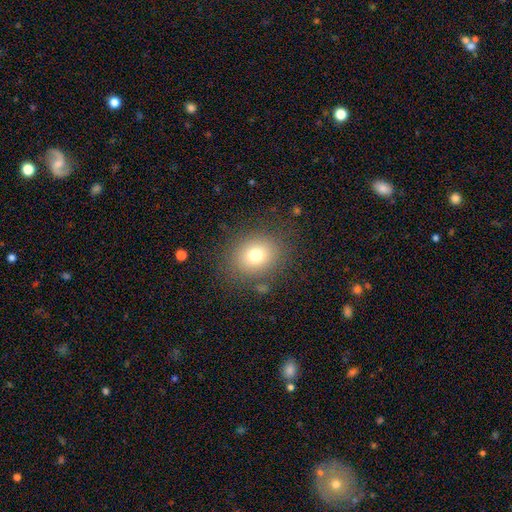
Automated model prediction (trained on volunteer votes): Morphology: type=smooth (73%); roundness=round (67%); merging=none (82%).